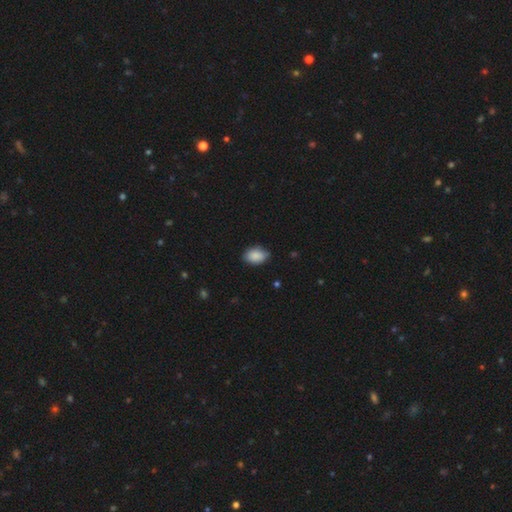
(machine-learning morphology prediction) Smooth or featured: smooth — 88% (star or artifact — 7%)
How rounded: in between — 87% (round — 12%)
Merging: none — 75% (minor disturbance — 21%)